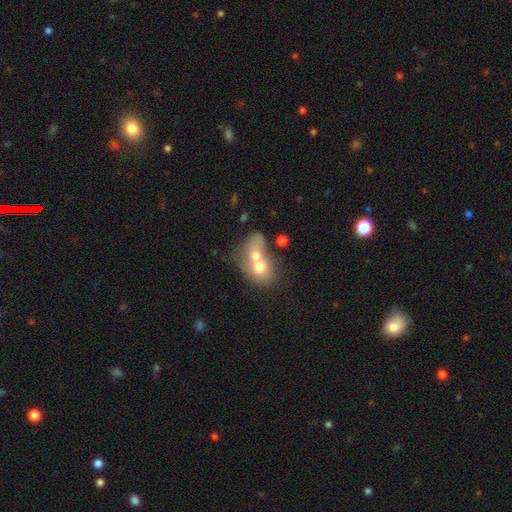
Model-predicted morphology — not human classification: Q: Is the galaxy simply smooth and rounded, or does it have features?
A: smooth — 63%.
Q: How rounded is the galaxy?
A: in between — 54%.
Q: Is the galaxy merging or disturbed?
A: merger — 78%.